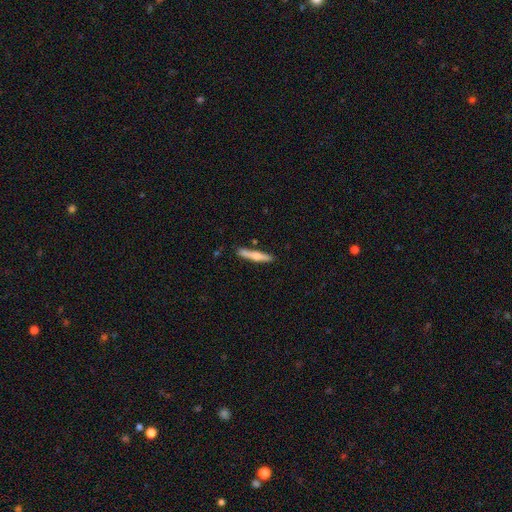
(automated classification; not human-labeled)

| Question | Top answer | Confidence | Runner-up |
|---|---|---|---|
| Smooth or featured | smooth | 54% | featured or disk (41%) |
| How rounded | cigar-shaped | 92% | in between (7%) |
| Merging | none | 84% | minor disturbance (11%) |